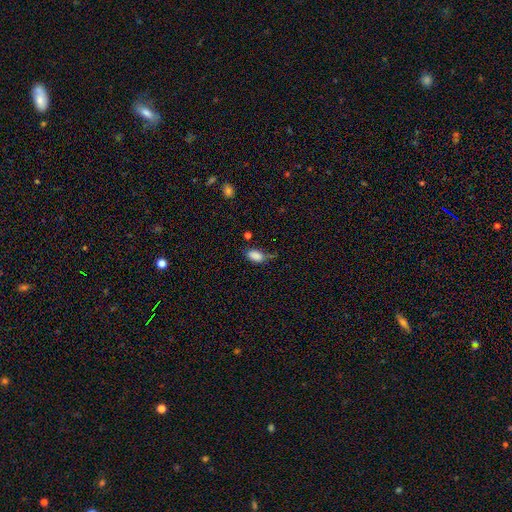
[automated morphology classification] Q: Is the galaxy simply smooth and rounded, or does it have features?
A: smooth — 86%.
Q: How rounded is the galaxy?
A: in between — 92%.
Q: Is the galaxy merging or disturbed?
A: none — 52%.